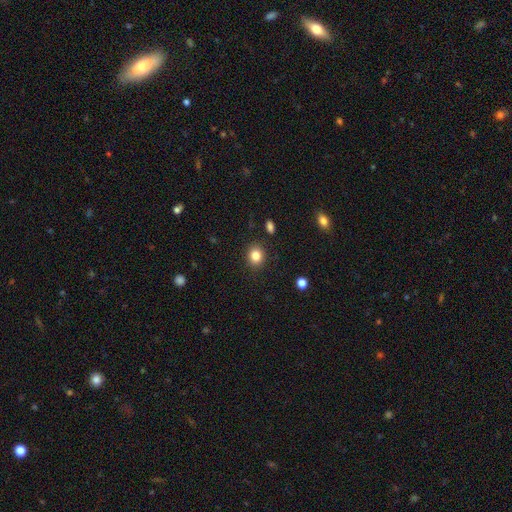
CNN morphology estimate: Q: Smooth or featured?
A: smooth (84%); runner-up: star or artifact (11%)
Q: How rounded?
A: round (71%); runner-up: in between (28%)
Q: Merging?
A: none (89%); runner-up: minor disturbance (7%)